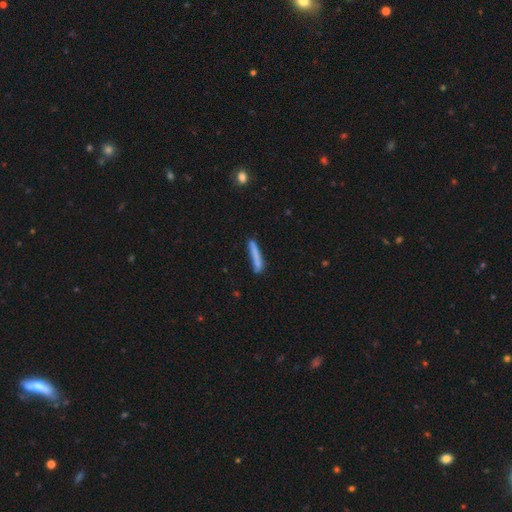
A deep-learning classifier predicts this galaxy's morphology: This is likely a smooth galaxy (77%). How rounded: clearly cigar-shaped (94%). Merging: likely none (73%).